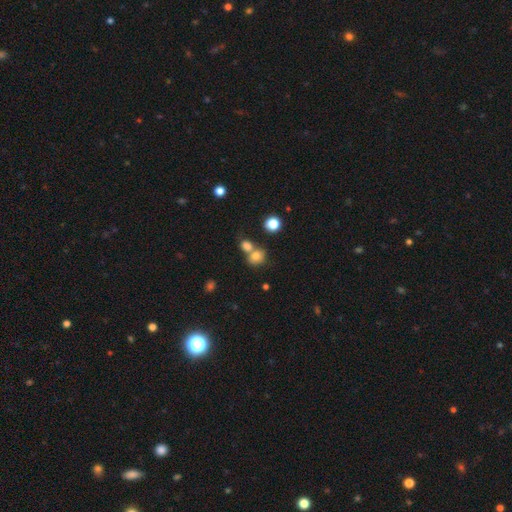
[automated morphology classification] This is likely a smooth galaxy (77%). How rounded: likely round (66%). Merging: marginally none (44%).